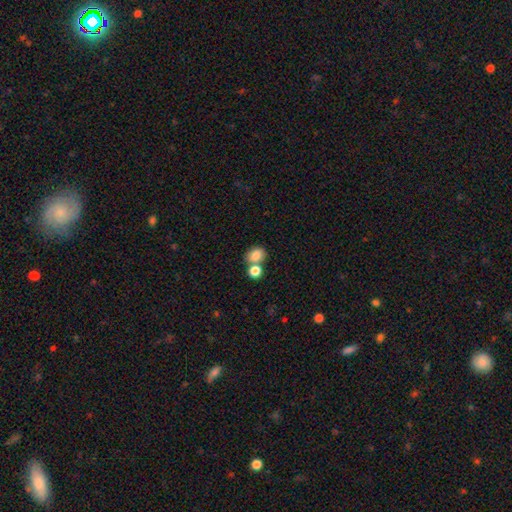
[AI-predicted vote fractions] A smooth galaxy with no disk features (82%) that is in between round and cigar-shaped (56%).

Vote fractions:
- Smooth or featured? smooth: 82% / star or artifact: 10% / featured or disk: 8%
- How rounded? in between: 56% / round: 43% / cigar-shaped: 1%
- Merging? none: 49% / merger: 37% / minor disturbance: 10% / major disturbance: 4%